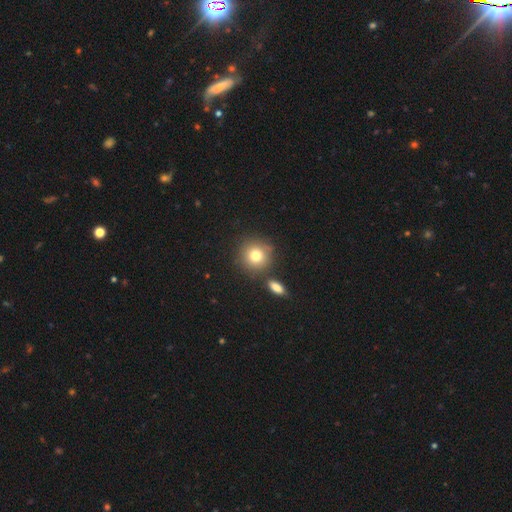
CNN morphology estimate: This is likely a smooth galaxy (78%). How rounded: clearly round (91%). Merging: likely none (76%).